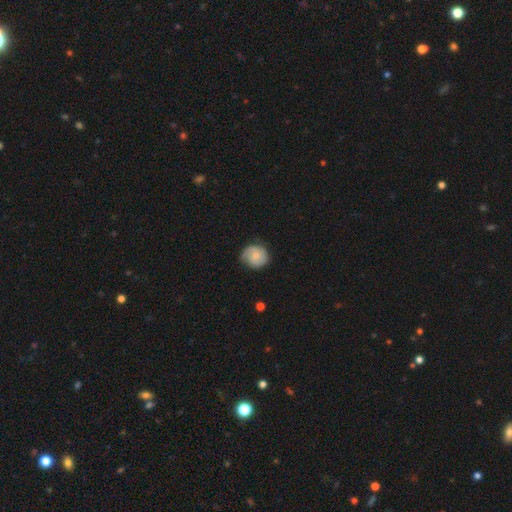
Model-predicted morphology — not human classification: Q: Smooth or featured?
A: featured or disk (50%); runner-up: smooth (43%)
Q: Merging?
A: none (67%); runner-up: minor disturbance (24%)